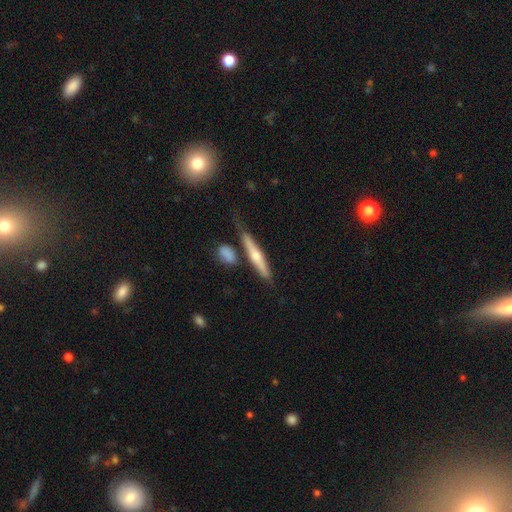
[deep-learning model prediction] Smooth or featured: featured or disk — 63% (smooth — 30%)
Edge-on disk: yes — 95% (no — 5%)
Edge-on bulge: rounded — 84% (none — 12%)
Merging: none — 73% (minor disturbance — 15%)